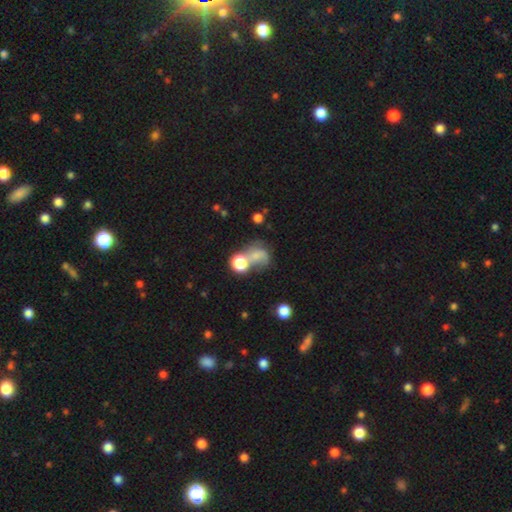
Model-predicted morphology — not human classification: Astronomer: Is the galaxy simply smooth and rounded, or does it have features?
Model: smooth — 61%.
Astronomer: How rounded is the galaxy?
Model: round — 57% (runner-up: in between, 41%).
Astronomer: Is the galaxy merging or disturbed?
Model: merger — 40% (runner-up: none, 28%).